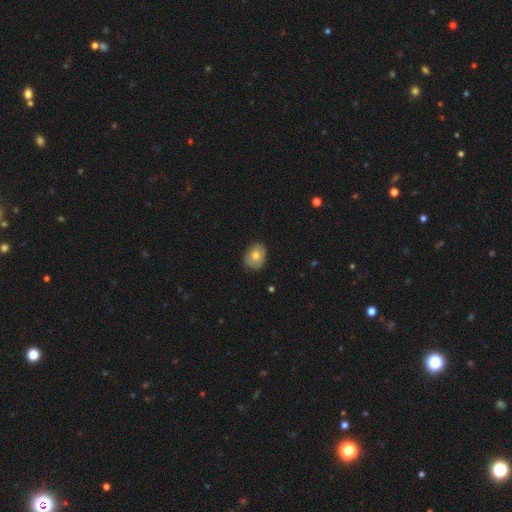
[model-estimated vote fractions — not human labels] Smooth or featured: smooth — 70% (featured or disk — 22%)
How rounded: in between — 52% (round — 47%)
Merging: none — 78% (minor disturbance — 17%)